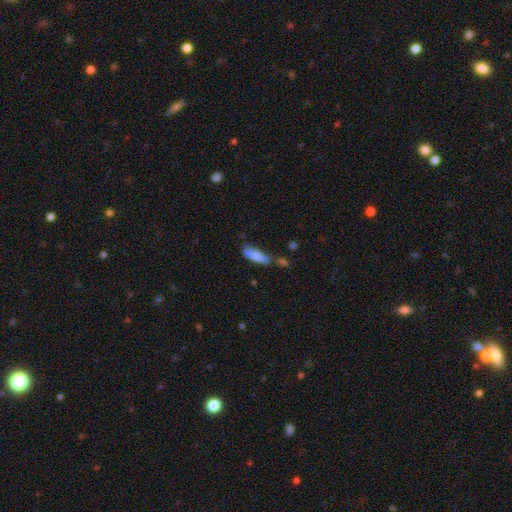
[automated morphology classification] Smooth or featured? smooth (80%)
How rounded? in between (51%)
Merging? none (48%)